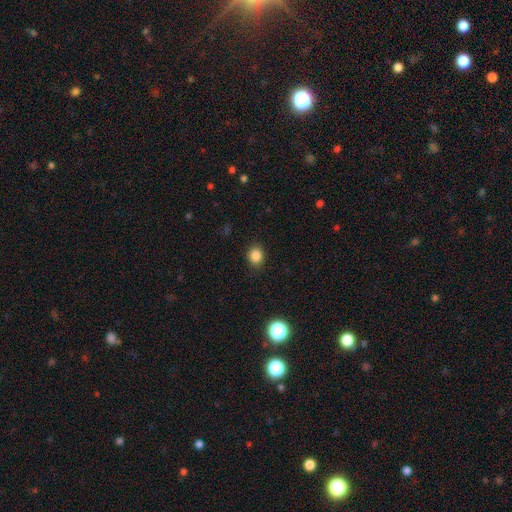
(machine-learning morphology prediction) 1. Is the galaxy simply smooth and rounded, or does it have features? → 85% smooth, 11% star or artifact, 4% featured or disk.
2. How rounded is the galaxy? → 64% round, 35% in between, 1% cigar-shaped.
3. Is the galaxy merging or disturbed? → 88% none, 8% minor disturbance, 2% major disturbance, 1% merger.